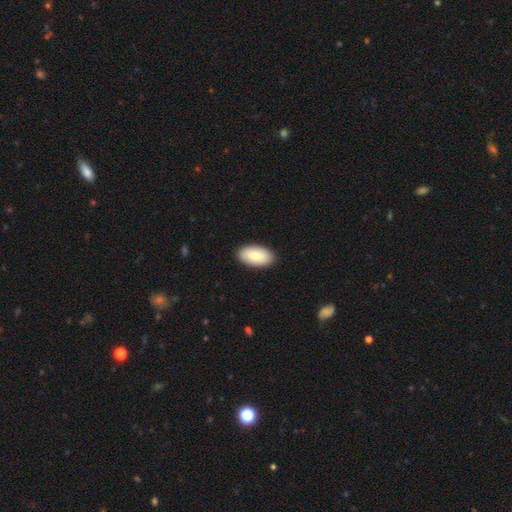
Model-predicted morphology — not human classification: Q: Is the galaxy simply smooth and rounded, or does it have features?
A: smooth — 79%.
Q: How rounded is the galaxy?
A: in between — 95%.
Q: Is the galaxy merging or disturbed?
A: none — 89%.